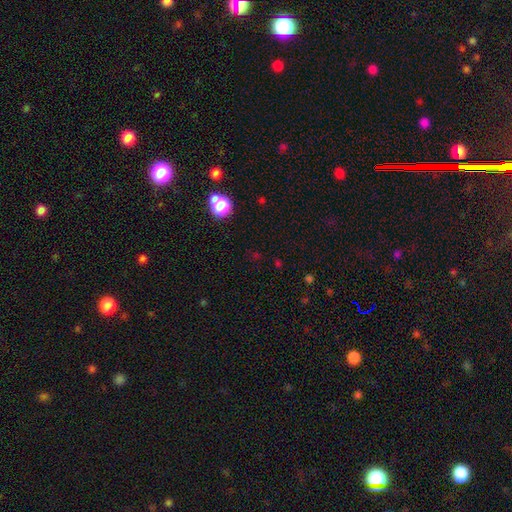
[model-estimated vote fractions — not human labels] Smooth or featured? star or artifact (53%)